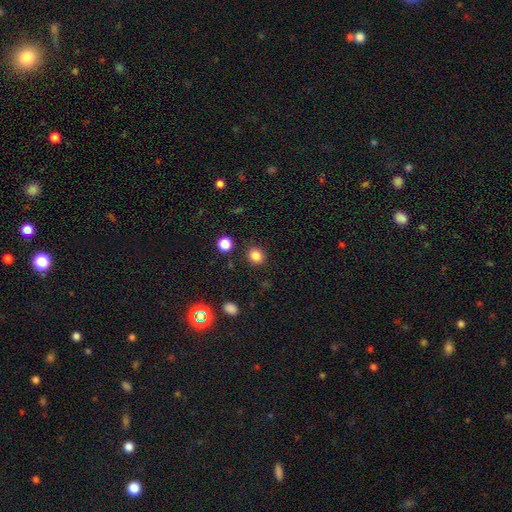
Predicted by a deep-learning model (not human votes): This appears to be a smooth galaxy with no disk features (83%) that is round (81%). Merging: none (87%).